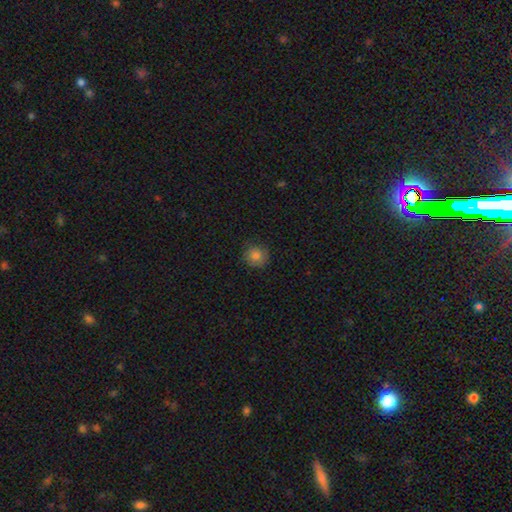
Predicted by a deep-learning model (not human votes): smooth-or-featured: smooth: 82% | star or artifact: 11% | featured or disk: 7%
  how-rounded: round: 91% | in between: 8% | cigar-shaped: 1%
  merging: none: 85% | minor disturbance: 12% | major disturbance: 3% | merger: 1%